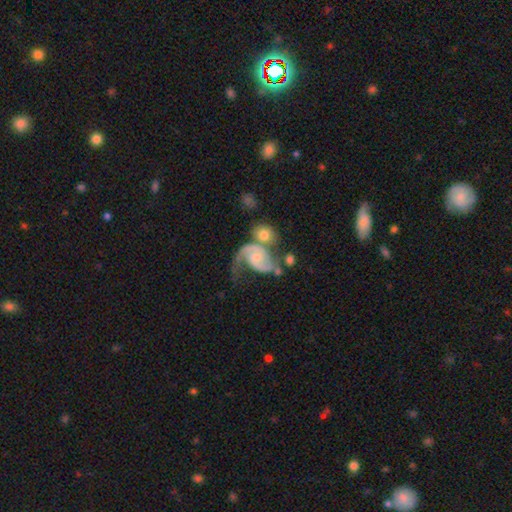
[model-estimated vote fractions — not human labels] A featured or disk galaxy (87%) with no bar (61%), 2 (79%) medium (49%) spiral arms (97%) and a small central bulge (53%).

Vote fractions:
- Smooth or featured? featured or disk: 87% / smooth: 7% / star or artifact: 6%
- Edge-on disk? no: 98% / yes: 2%
- Bar? no: 61% / weak: 31% / strong: 8%
- Spiral arms? yes: 97% / no: 3%
- Spiral winding? medium: 49% / loose: 32% / tight: 19%
- Spiral arm count? 2: 79% / 1: 14% / can't tell: 4% / 3: 2% / 4: 1% / more than 4: 1%
- Bulge size? small: 53% / moderate: 31% / none: 11% / large: 3% / dominant: 1%
- Merging? none: 33% / merger: 29% / major disturbance: 21% / minor disturbance: 16%